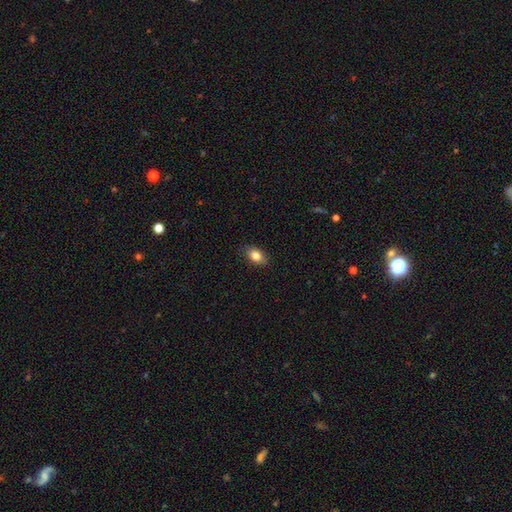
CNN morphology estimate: smooth 83%, featured or disk 9%, star or artifact 8%. Down the decision tree: how rounded — in between (85%); merging — none (86%).